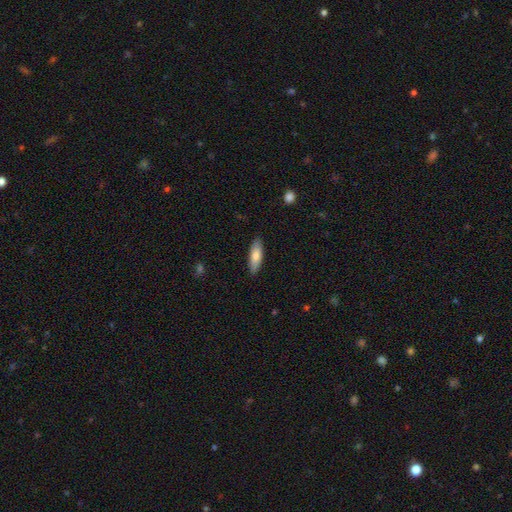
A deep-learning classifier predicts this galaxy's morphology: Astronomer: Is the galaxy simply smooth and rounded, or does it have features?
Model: smooth — 76%.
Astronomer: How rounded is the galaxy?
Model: in between — 51% (runner-up: cigar-shaped, 47%).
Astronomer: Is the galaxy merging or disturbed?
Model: none — 87%.